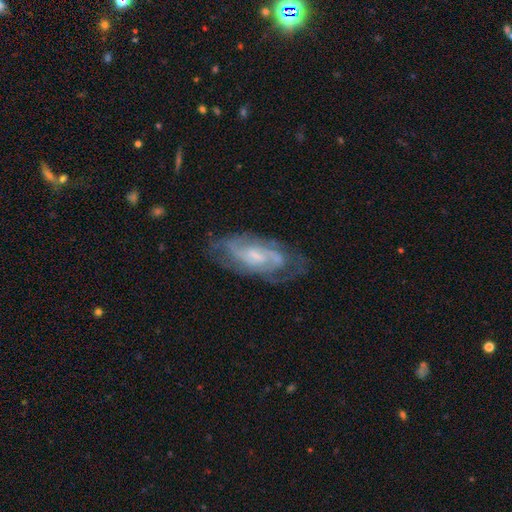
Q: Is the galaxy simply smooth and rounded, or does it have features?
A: featured or disk — 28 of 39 (72%).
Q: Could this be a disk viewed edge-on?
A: no — 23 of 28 (82%).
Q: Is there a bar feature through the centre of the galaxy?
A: no — 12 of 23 (52%).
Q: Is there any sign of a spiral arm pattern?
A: yes — 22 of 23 (96%).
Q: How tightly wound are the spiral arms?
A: medium — 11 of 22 (50%).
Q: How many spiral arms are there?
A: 2 — 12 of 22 (55%).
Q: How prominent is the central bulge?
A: moderate — 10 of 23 (43%, tied with small).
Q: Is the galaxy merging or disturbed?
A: none — 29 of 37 (78%).